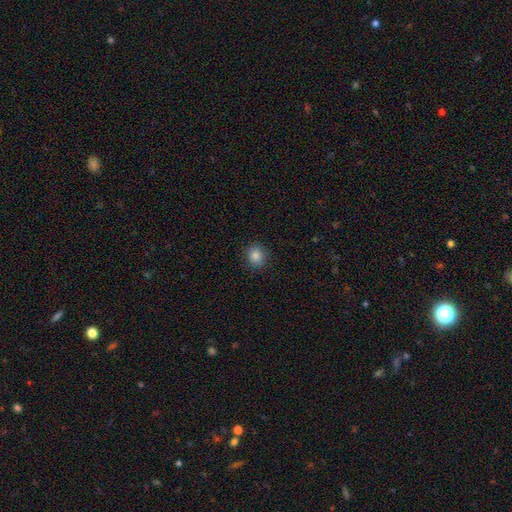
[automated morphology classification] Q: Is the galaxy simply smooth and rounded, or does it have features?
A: smooth — 85%.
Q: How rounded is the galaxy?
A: round — 76%.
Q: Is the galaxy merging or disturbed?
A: none — 90%.